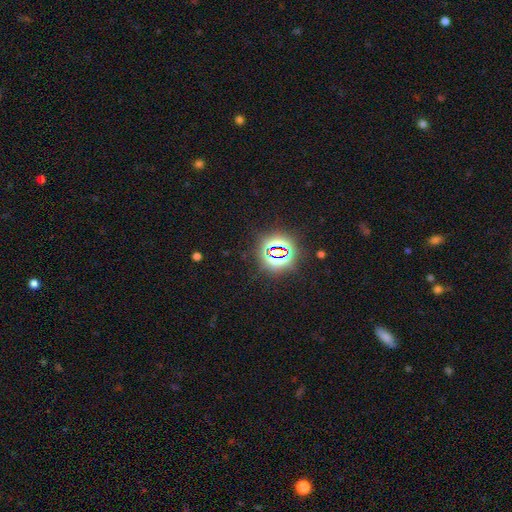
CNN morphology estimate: The model was most divided on "smooth or featured": star or artifact: 79%, smooth: 14%, featured or disk: 7%.